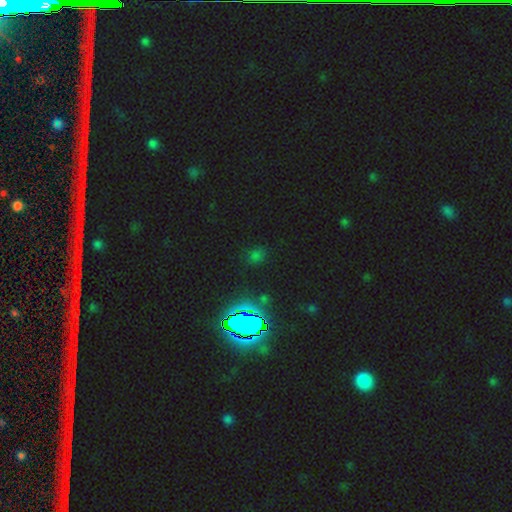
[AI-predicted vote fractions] Q: Smooth or featured?
A: star or artifact (54%); runner-up: smooth (37%)